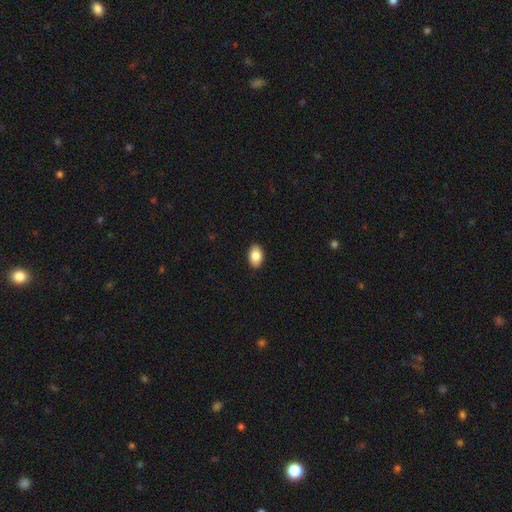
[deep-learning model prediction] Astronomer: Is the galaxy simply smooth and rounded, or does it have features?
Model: smooth — 85%.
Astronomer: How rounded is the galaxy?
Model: in between — 89%.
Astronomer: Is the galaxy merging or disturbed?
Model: none — 90%.